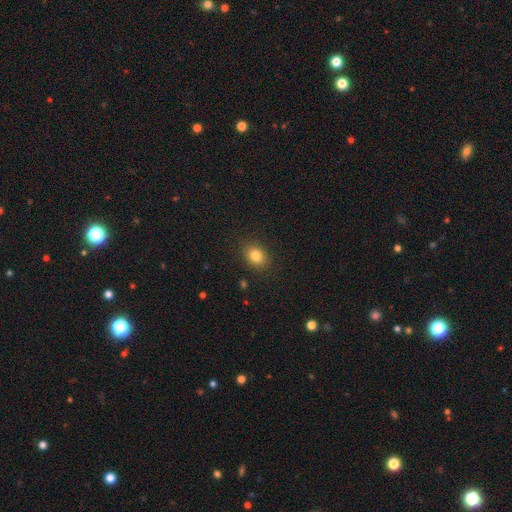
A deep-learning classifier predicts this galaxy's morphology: smooth 81%, star or artifact 11%, featured or disk 8%. Down the decision tree: how rounded — in between (56%); merging — none (87%).